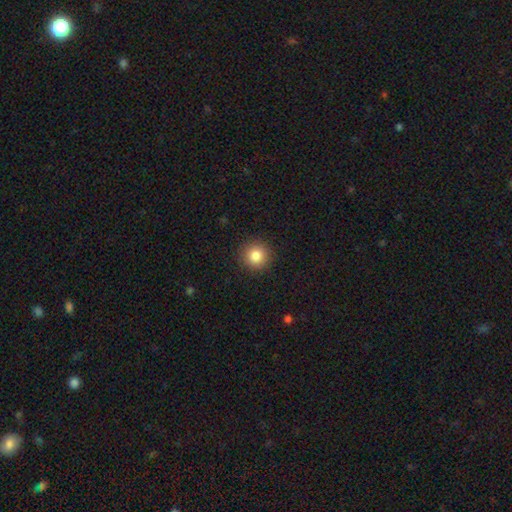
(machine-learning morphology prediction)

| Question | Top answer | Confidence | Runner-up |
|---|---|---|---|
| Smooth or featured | smooth | 84% | star or artifact (10%) |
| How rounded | round | 94% | in between (5%) |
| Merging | none | 91% | minor disturbance (6%) |